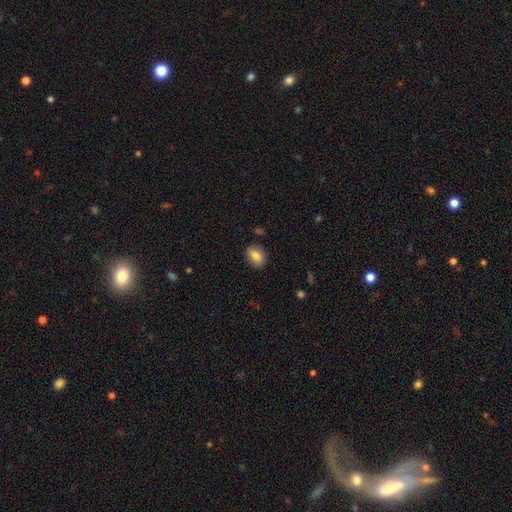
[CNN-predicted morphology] type=smooth (81%); roundness=in between (56%); merging=none (85%).